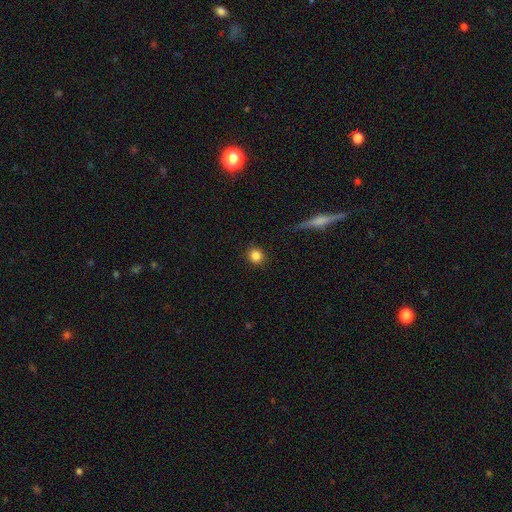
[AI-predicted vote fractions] Smooth or featured?
  - smooth: 85% *
  - star or artifact: 10%
  - featured or disk: 5%
How rounded?
  - round: 88% *
  - in between: 11%
  - cigar-shaped: 1%
Merging?
  - none: 89% *
  - minor disturbance: 7%
  - major disturbance: 3%
  - merger: 1%